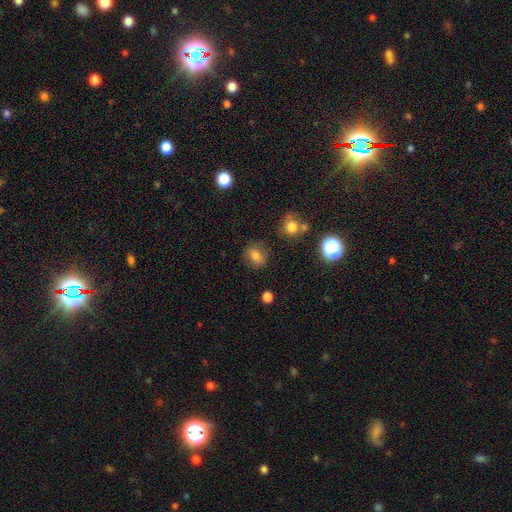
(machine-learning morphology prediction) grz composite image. It shows a smooth galaxy with no disk features (75%) that is round (59%). Merging: none (80%).